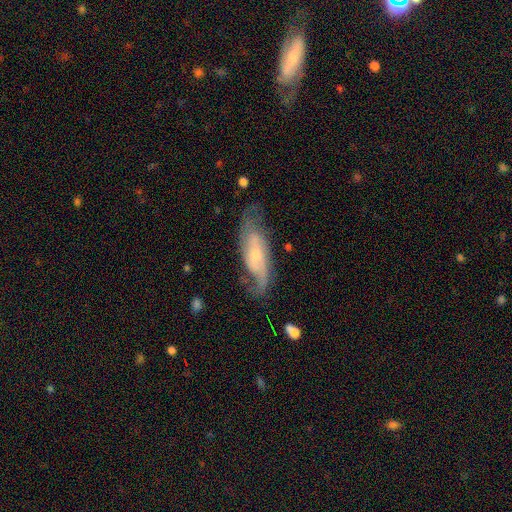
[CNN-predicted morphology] A featured or disk galaxy (76%) with no bar (56%), 2 (65%) medium (43%) spiral arms (92%) and a small central bulge (63%).

Vote fractions:
- Smooth or featured? featured or disk: 76% / smooth: 18% / star or artifact: 6%
- Edge-on disk? no: 87% / yes: 13%
- Bar? no: 56% / weak: 34% / strong: 10%
- Spiral arms? yes: 92% / no: 8%
- Spiral winding? medium: 43% / loose: 29% / tight: 28%
- Spiral arm count? 2: 65% / can't tell: 19% / 1: 7% / 3: 5% / 4: 2% / more than 4: 2%
- Bulge size? small: 63% / moderate: 27% / none: 5% / large: 3% / dominant: 1%
- Merging? none: 63% / minor disturbance: 22% / major disturbance: 13% / merger: 2%